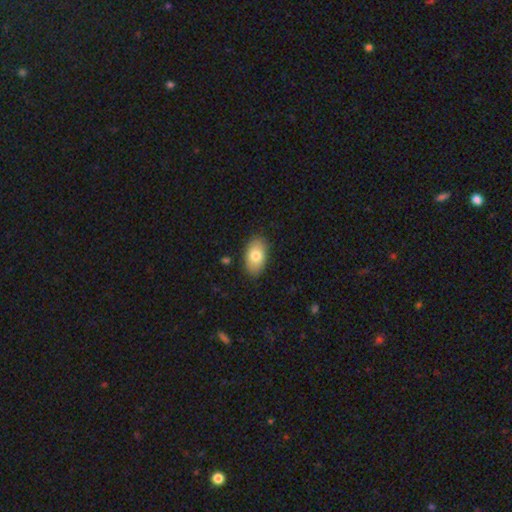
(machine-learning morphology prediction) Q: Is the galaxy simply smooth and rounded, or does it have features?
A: smooth — 78%.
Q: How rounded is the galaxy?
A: in between — 93%.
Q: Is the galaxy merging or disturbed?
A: none — 86%.